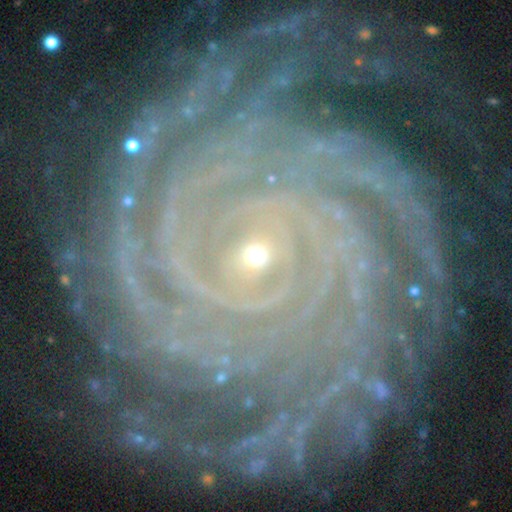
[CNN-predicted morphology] Smooth or featured?
  - featured or disk: 91% *
  - star or artifact: 5%
  - smooth: 3%
Edge-on disk?
  - no: 98% *
  - yes: 2%
Bar?
  - no: 60% *
  - weak: 25%
  - strong: 15%
Spiral arms?
  - yes: 99% *
  - no: 1%
Spiral winding?
  - tight: 84% *
  - medium: 13%
  - loose: 3%
Spiral arm count?
  - more than 4: 23% *
  - 4: 19%
  - can't tell: 17%
  - 2: 16%
  - 3: 14%
  - 1: 10%
Bulge size?
  - small: 83% *
  - moderate: 14%
  - none: 1%
  - large: 1%
  - dominant: 1%
Merging?
  - none: 75% *
  - minor disturbance: 15%
  - major disturbance: 8%
  - merger: 2%